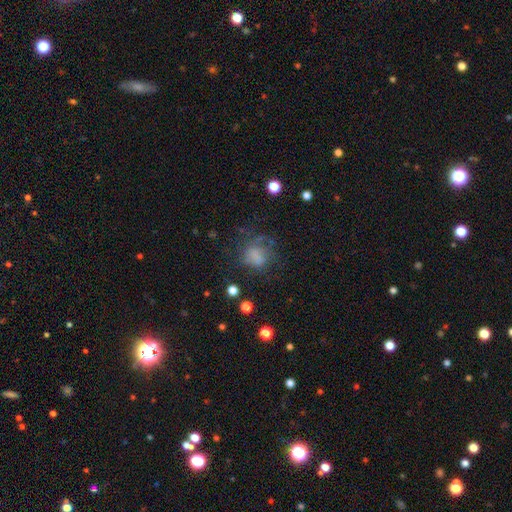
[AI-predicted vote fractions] Smooth or featured? Predicted: smooth (p=0.55). How rounded? Predicted: round (p=0.56). Merging? Predicted: none (p=0.43).